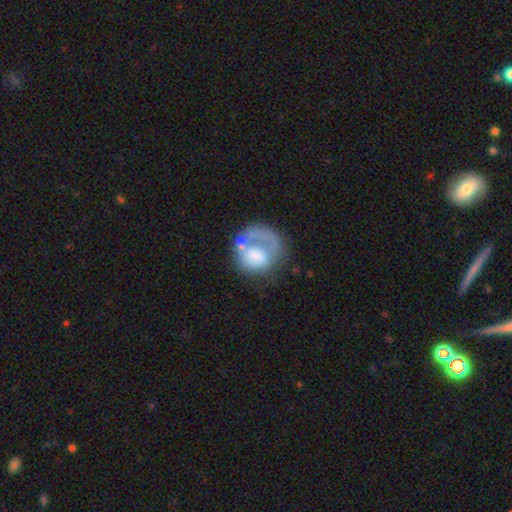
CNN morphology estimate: A featured or disk galaxy (51%).

Vote fractions:
- Smooth or featured? featured or disk: 51% / smooth: 42% / star or artifact: 7%
- Edge-on disk? no: 98% / yes: 2%
- Merging? none: 41% / major disturbance: 35% / minor disturbance: 17% / merger: 7%